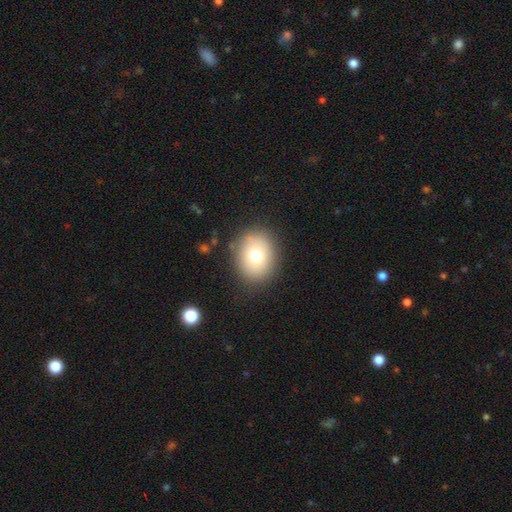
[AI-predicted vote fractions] Smooth or featured: smooth — 74% (featured or disk — 15%)
How rounded: round — 55% (in between — 44%)
Merging: none — 85% (minor disturbance — 10%)